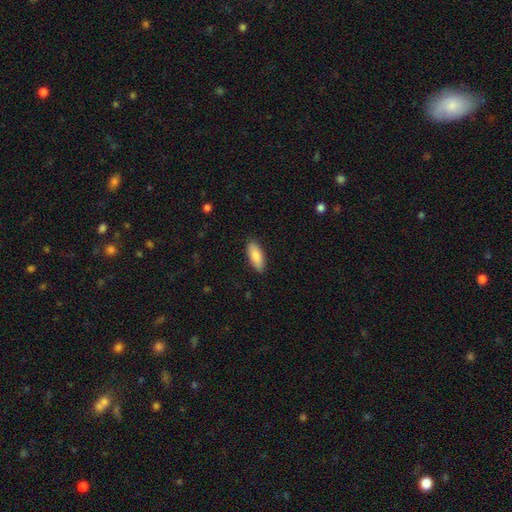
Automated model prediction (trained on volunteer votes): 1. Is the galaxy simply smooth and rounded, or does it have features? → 87% smooth, 8% featured or disk, 6% star or artifact.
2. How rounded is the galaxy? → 80% in between, 18% cigar-shaped, 2% round.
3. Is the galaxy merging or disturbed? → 88% none, 9% minor disturbance, 2% major disturbance, 1% merger.